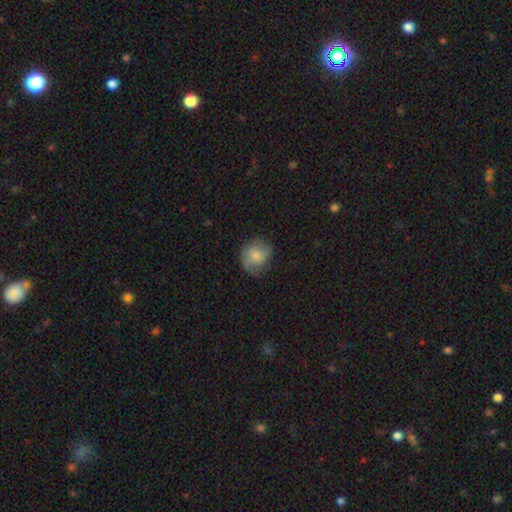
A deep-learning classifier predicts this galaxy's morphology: smooth 52%, featured or disk 40%, star or artifact 8%. Down the decision tree: how rounded — round (67%); merging — none (64%).